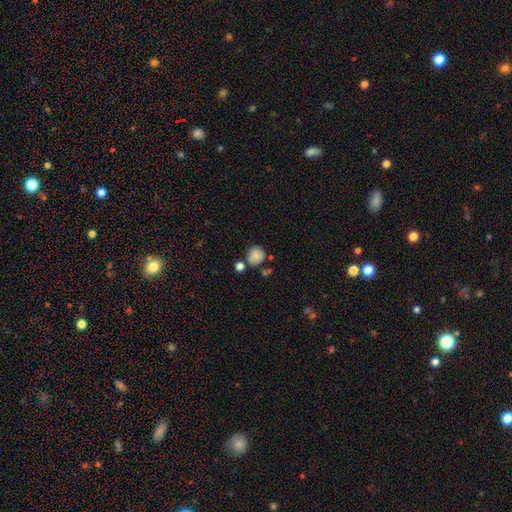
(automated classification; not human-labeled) The model was most divided on "merging": none: 61%, minor disturbance: 17%, merger: 17%, major disturbance: 5%. More confident: smooth or featured — smooth (82%); how rounded — round (79%).